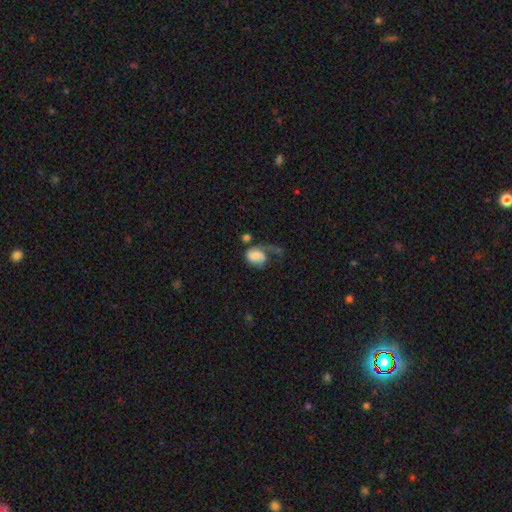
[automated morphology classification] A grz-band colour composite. It shows a smooth galaxy with no disk features (54%) that is in between round and cigar-shaped (60%). Merging: major disturbance (47%).